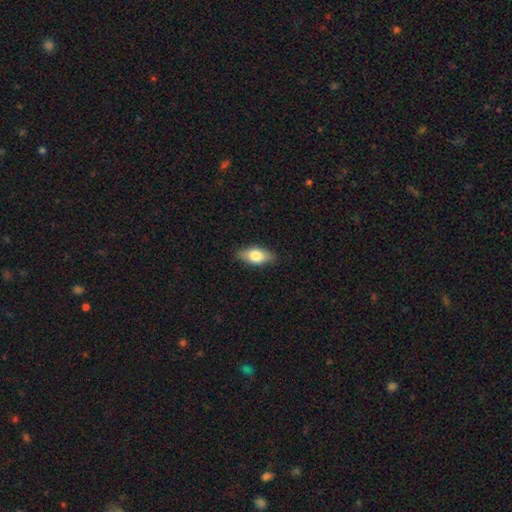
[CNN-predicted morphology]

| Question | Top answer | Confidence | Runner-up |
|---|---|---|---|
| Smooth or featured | smooth | 75% | featured or disk (18%) |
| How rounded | in between | 85% | cigar-shaped (11%) |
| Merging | none | 85% | minor disturbance (11%) |